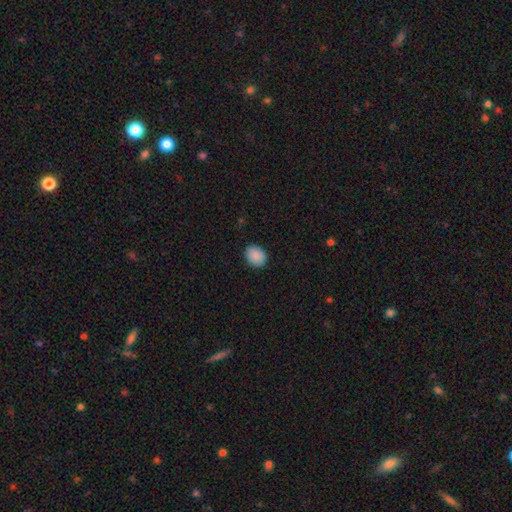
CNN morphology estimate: Smooth or featured?
  - smooth: 89% *
  - star or artifact: 8%
  - featured or disk: 3%
How rounded?
  - round: 58% *
  - in between: 41%
  - cigar-shaped: 1%
Merging?
  - none: 88% *
  - minor disturbance: 9%
  - major disturbance: 2%
  - merger: 1%